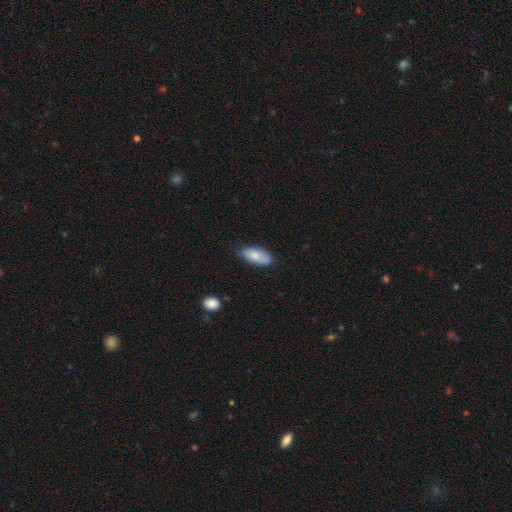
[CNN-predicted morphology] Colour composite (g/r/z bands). It shows a smooth galaxy with no disk features (79%) that is in between round and cigar-shaped (86%). Merging: none (74%).